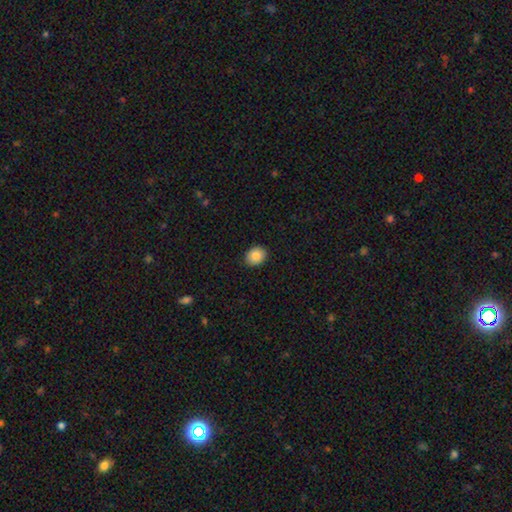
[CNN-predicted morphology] Overall: smooth (87%). How rounded: in between (54%; round 45%). Merging: none (91%).